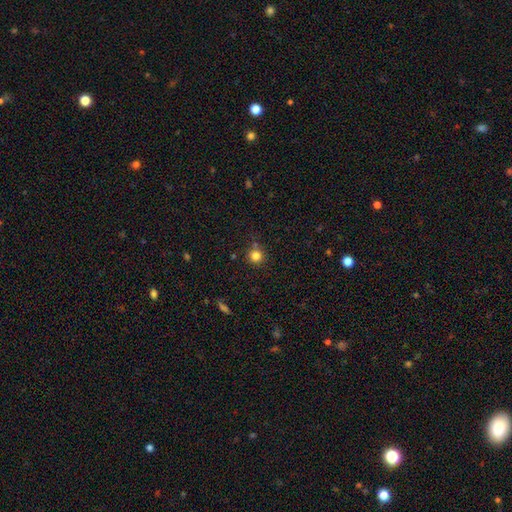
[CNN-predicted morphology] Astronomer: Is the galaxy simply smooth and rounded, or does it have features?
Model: smooth — 82%.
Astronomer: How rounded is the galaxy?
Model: round — 93%.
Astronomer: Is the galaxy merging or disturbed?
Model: none — 79%.